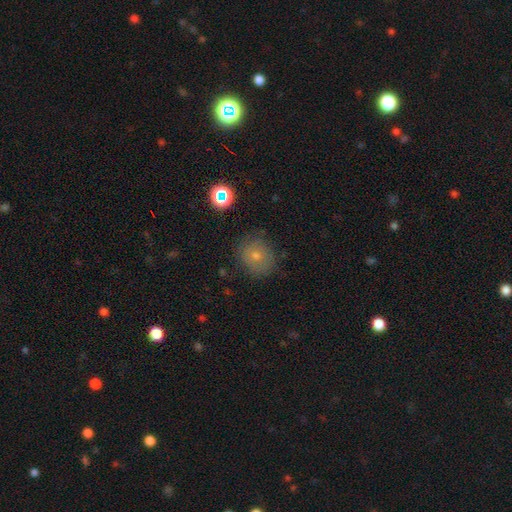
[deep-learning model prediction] Smooth or featured: smooth — 65% (featured or disk — 18%)
How rounded: round — 82% (in between — 17%)
Merging: none — 77% (minor disturbance — 16%)